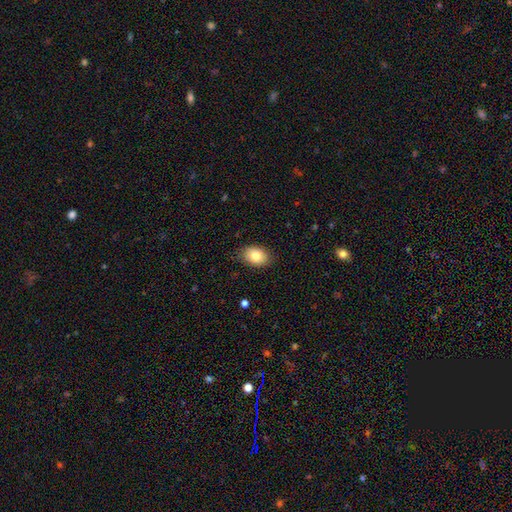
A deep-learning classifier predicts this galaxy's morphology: smooth-or-featured: smooth: 82% | featured or disk: 11% | star or artifact: 8%
  how-rounded: in between: 80% | round: 19% | cigar-shaped: 1%
  merging: none: 85% | minor disturbance: 11% | major disturbance: 2% | merger: 1%